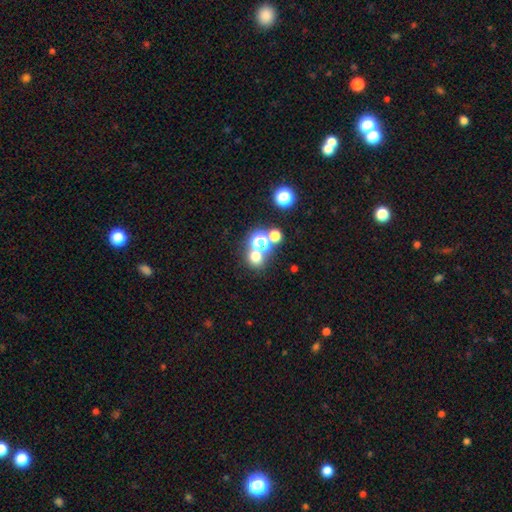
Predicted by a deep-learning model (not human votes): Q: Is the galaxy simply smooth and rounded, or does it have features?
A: smooth — 62%.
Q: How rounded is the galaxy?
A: round — 83%.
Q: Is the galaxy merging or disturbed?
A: none — 60%.